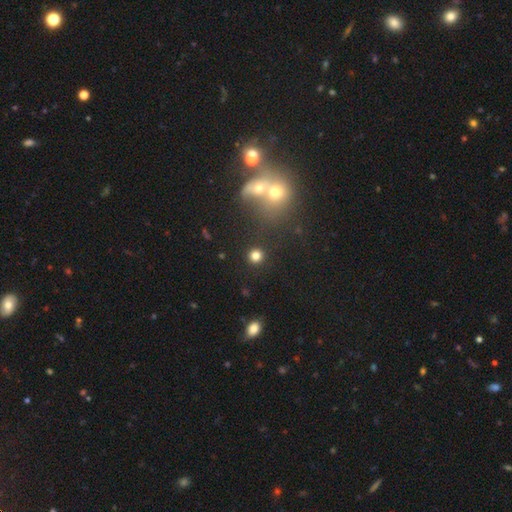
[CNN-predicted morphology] This appears to be a smooth galaxy with no disk features (81%) that is round (92%). Merging: none (87%).